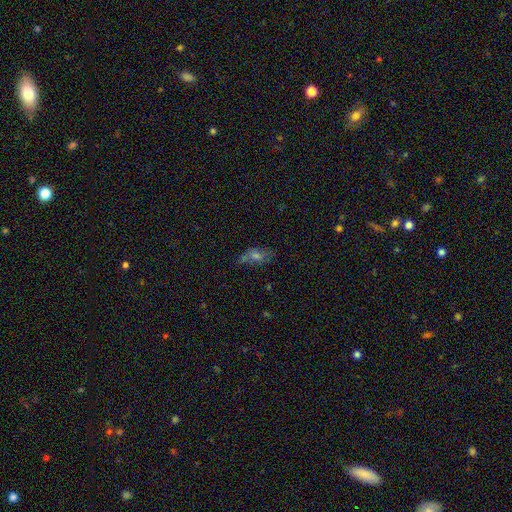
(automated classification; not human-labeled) A smooth galaxy with no disk features (45%).

Vote fractions:
- Smooth or featured? smooth: 45% / featured or disk: 32% / star or artifact: 22%
- Merging? none: 52% / minor disturbance: 25% / major disturbance: 13% / merger: 10%